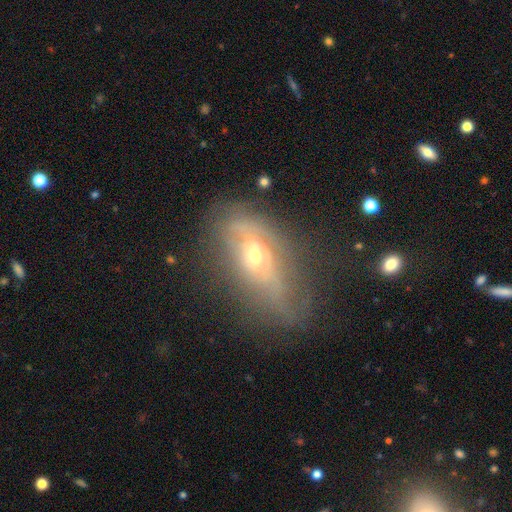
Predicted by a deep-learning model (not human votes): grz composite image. It shows a featured or disk galaxy (60%). Merging: none (46%).